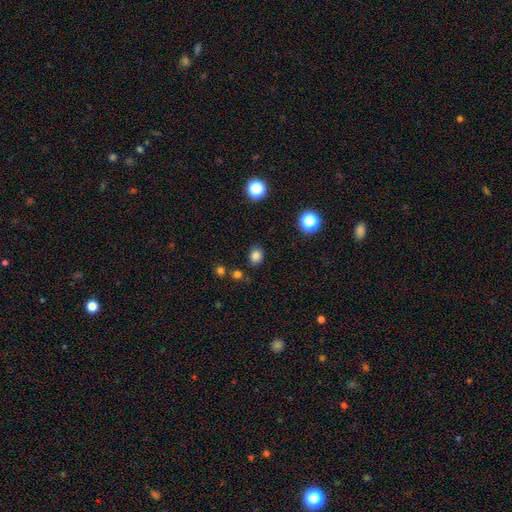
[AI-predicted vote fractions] Overall: smooth (81%). How rounded: round (55%; in between 44%). Merging: none (83%).